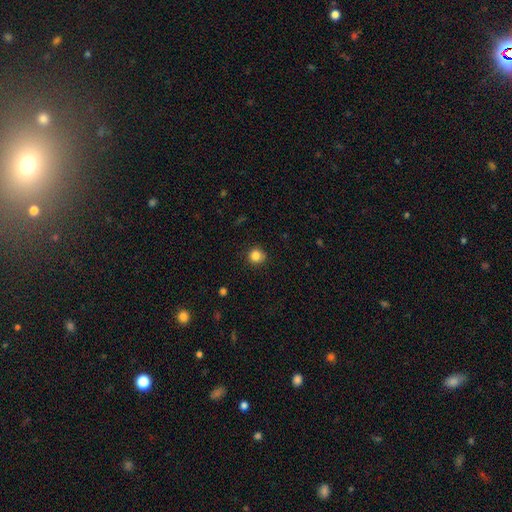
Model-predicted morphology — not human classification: This is clearly a smooth galaxy (85%). How rounded: clearly round (91%). Merging: clearly none (85%).